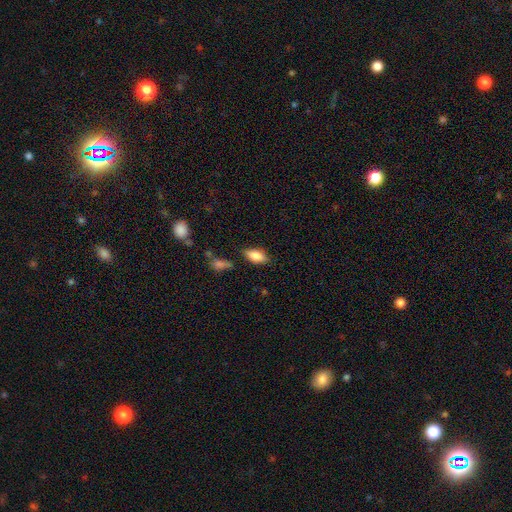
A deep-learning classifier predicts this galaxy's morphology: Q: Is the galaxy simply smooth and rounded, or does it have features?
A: smooth — 81%.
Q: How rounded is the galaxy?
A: in between — 87%.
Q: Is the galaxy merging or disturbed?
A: none — 78%.